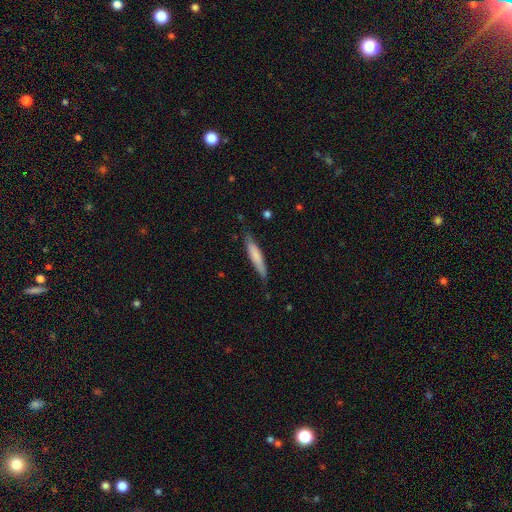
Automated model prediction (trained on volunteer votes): A smooth galaxy with no disk features (74%) that is cigar-shaped (88%).

Vote fractions:
- Smooth or featured? smooth: 74% / featured or disk: 21% / star or artifact: 6%
- How rounded? cigar-shaped: 88% / in between: 11% / round: 1%
- Merging? none: 78% / minor disturbance: 18% / major disturbance: 3% / merger: 1%